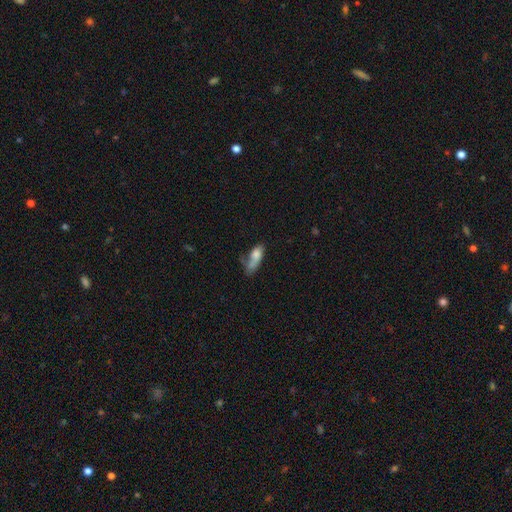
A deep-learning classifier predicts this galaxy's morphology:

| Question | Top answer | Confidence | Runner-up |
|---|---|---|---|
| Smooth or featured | smooth | 68% | featured or disk (23%) |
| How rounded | in between | 72% | cigar-shaped (22%) |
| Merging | merger | 29% | none (27%) |